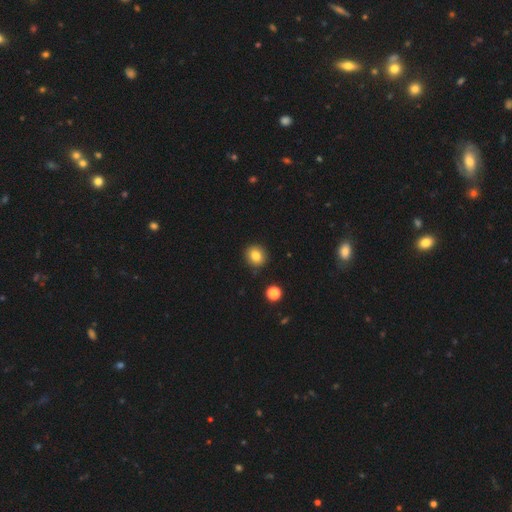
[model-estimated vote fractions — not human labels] Q: Smooth or featured?
A: smooth (83%); runner-up: star or artifact (11%)
Q: How rounded?
A: round (77%); runner-up: in between (22%)
Q: Merging?
A: none (88%); runner-up: minor disturbance (8%)